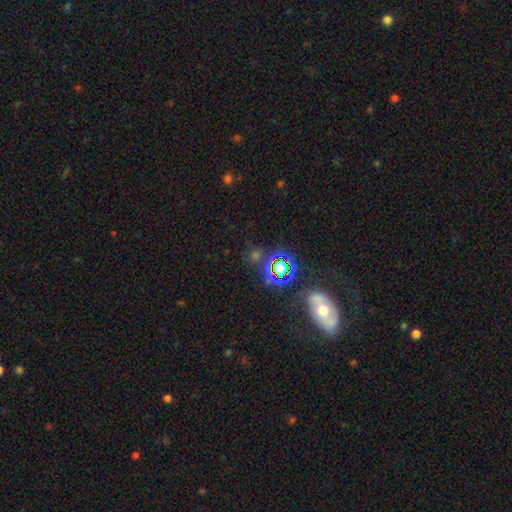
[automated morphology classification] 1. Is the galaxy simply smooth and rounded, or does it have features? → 59% star or artifact, 27% smooth, 14% featured or disk.